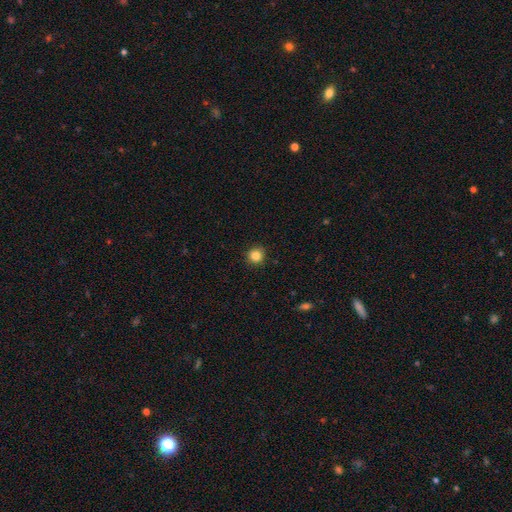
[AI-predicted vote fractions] Smooth or featured? smooth (84%)
How rounded? round (94%)
Merging? none (91%)